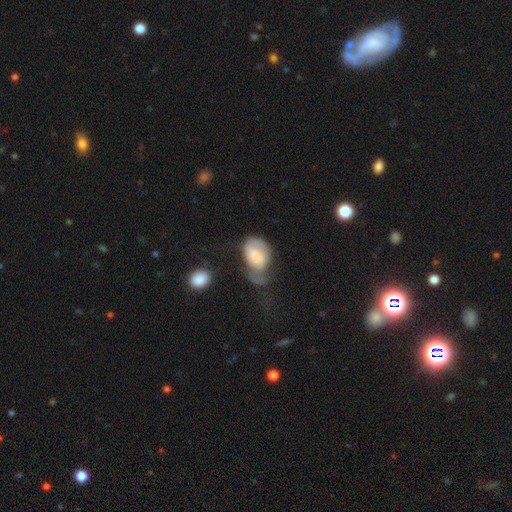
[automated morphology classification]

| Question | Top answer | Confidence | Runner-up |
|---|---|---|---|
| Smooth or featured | smooth | 65% | featured or disk (28%) |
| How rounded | in between | 83% | round (16%) |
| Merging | major disturbance | 50% | minor disturbance (24%) |